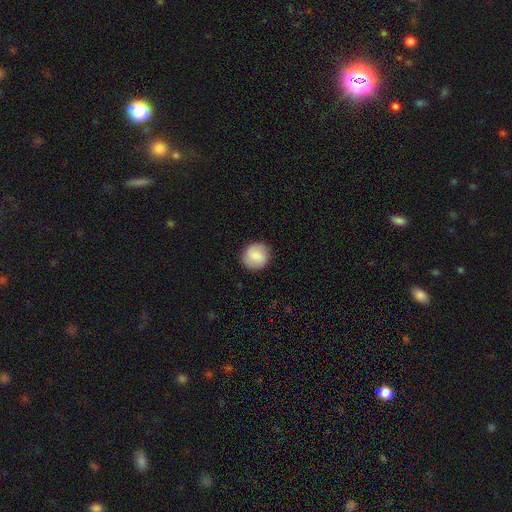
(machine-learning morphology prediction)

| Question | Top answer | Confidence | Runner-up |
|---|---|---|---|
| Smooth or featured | smooth | 81% | featured or disk (11%) |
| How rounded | round | 91% | in between (8%) |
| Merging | none | 89% | minor disturbance (8%) |